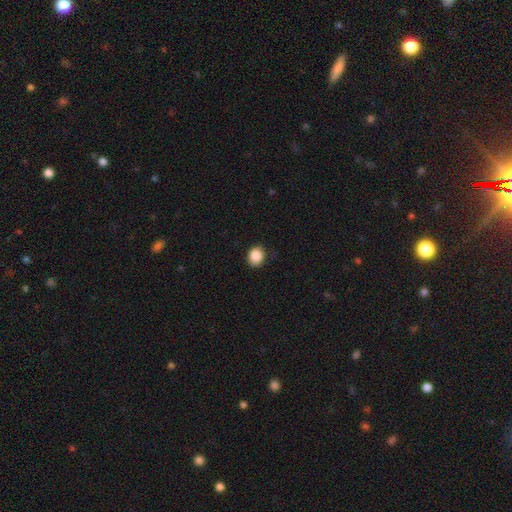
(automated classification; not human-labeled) Smooth or featured? Predicted: smooth (p=0.88). How rounded? Predicted: round (p=0.63). Merging? Predicted: none (p=0.84).